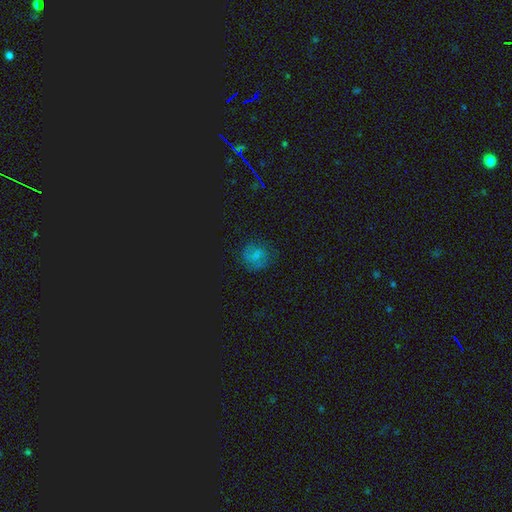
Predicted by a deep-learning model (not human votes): Morphology: type=smooth (53%); roundness=round (78%); merging=none (71%).